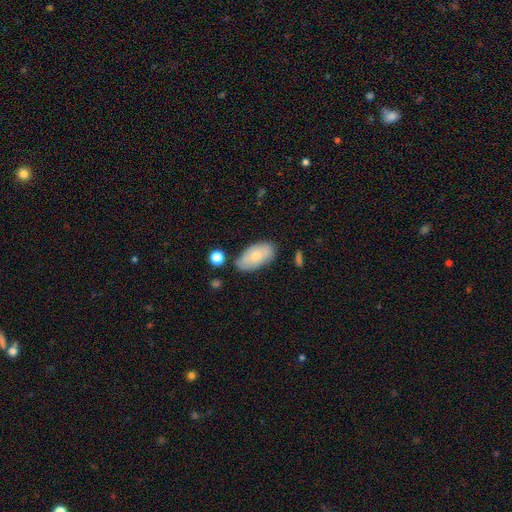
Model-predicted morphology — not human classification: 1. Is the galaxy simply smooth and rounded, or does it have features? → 72% smooth, 22% featured or disk, 6% star or artifact.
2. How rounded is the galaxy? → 94% in between, 3% round, 3% cigar-shaped.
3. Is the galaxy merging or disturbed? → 74% none, 18% minor disturbance, 4% merger, 4% major disturbance.